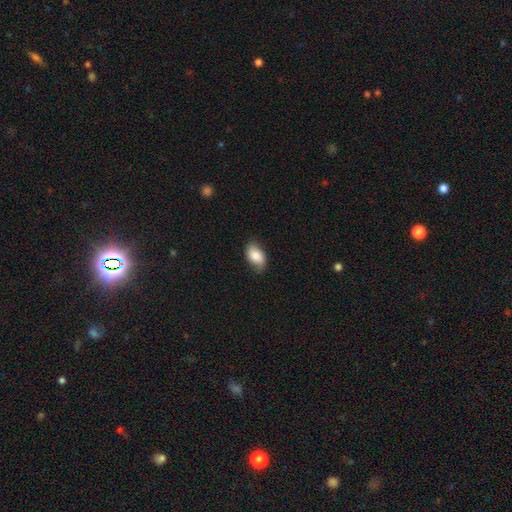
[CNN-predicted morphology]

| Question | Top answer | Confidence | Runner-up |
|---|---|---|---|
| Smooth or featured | smooth | 81% | featured or disk (12%) |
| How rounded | in between | 91% | round (7%) |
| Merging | none | 74% | minor disturbance (21%) |